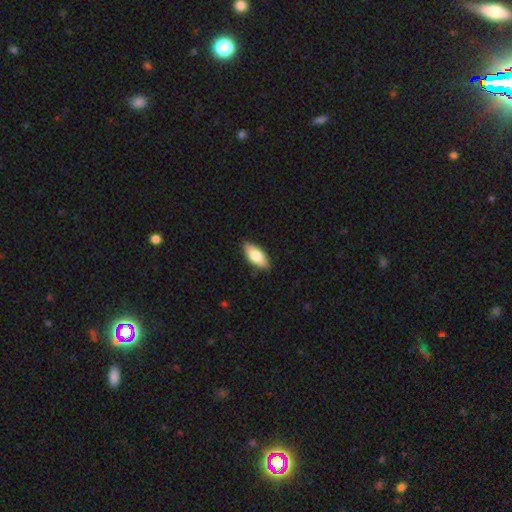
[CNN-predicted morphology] A smooth galaxy with no disk features (78%) that is in between round and cigar-shaped (85%). Merging: none (87%).